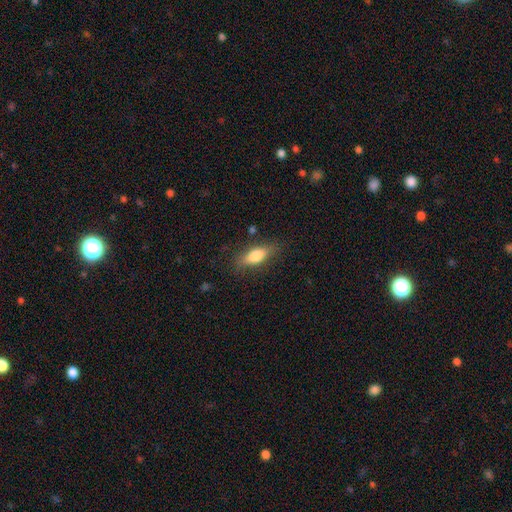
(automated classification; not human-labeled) smooth-or-featured: smooth: 74% | featured or disk: 19% | star or artifact: 7%
  how-rounded: in between: 66% | cigar-shaped: 31% | round: 4%
  merging: none: 79% | minor disturbance: 15% | major disturbance: 4% | merger: 2%